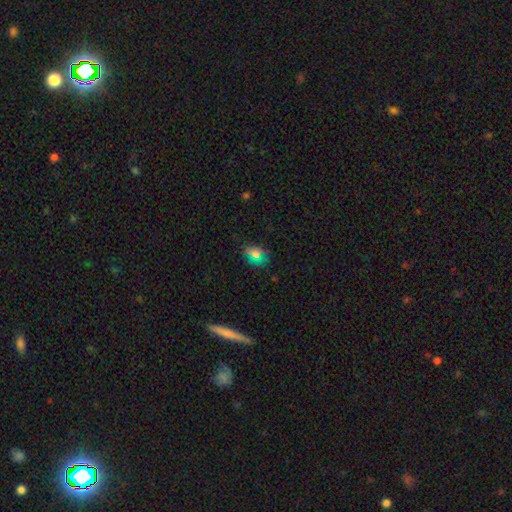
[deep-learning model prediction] A smooth galaxy with no disk features (66%) that is in between round and cigar-shaped (64%).

Vote fractions:
- Smooth or featured? smooth: 66% / star or artifact: 25% / featured or disk: 9%
- How rounded? in between: 64% / round: 33% / cigar-shaped: 3%
- Merging? none: 82% / minor disturbance: 13% / major disturbance: 4% / merger: 2%